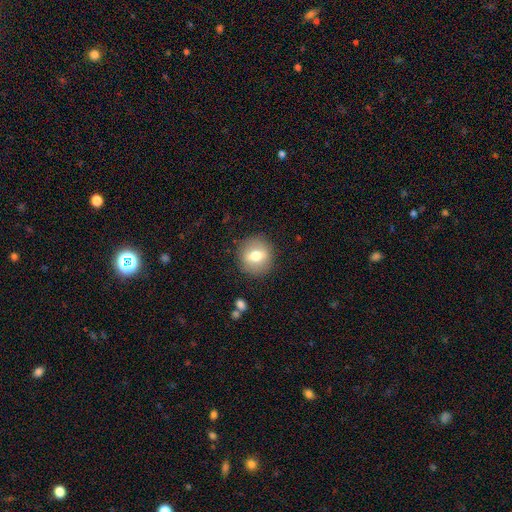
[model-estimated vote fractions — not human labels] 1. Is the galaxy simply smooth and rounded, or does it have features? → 64% smooth, 27% featured or disk, 8% star or artifact.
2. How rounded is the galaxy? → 87% round, 12% in between, 1% cigar-shaped.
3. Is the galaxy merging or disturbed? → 86% none, 9% minor disturbance, 3% major disturbance, 1% merger.